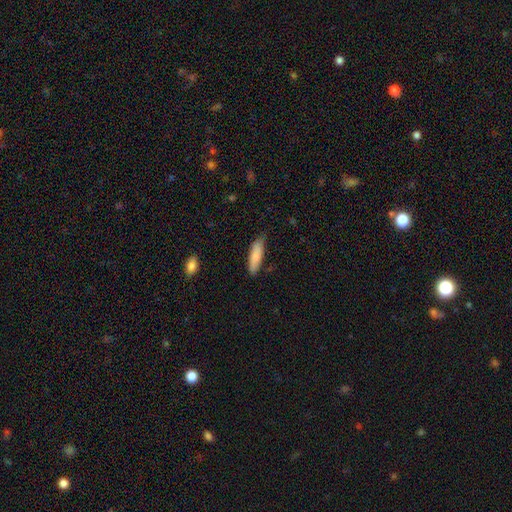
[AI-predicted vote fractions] Morphology: type=smooth (84%); roundness=cigar-shaped (61%); merging=none (78%).